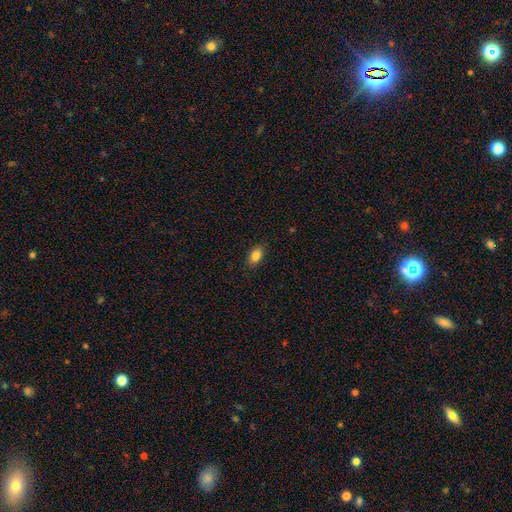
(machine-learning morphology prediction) smooth 85%, star or artifact 8%, featured or disk 7%. Down the decision tree: how rounded — in between (89%); merging — none (88%).